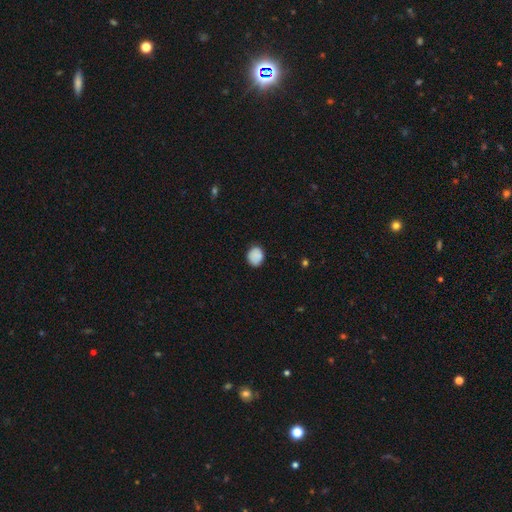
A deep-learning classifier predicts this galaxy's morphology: smooth-or-featured: smooth: 87% | star or artifact: 8% | featured or disk: 5%
  how-rounded: round: 61% | in between: 38% | cigar-shaped: 1%
  merging: none: 82% | minor disturbance: 14% | major disturbance: 3% | merger: 1%